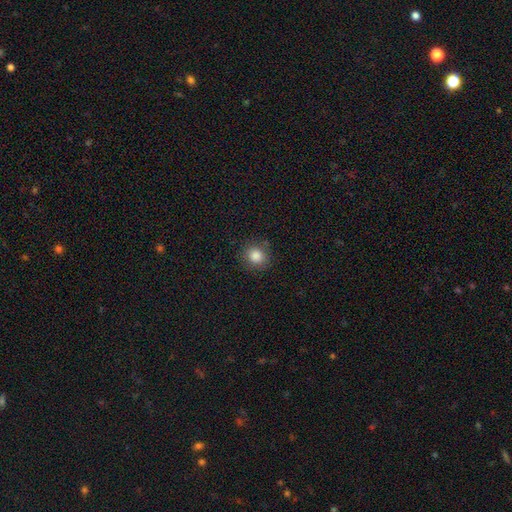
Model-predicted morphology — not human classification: A smooth galaxy with no disk features (85%) that is round (85%). Merging: none (85%).